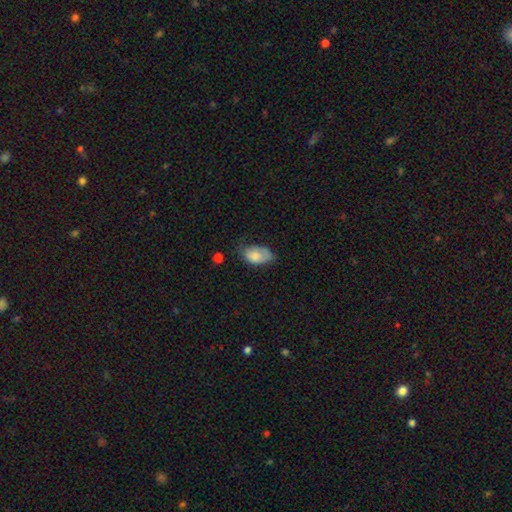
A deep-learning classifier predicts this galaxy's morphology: type=smooth (76%); roundness=in between (92%); merging=none (45%).